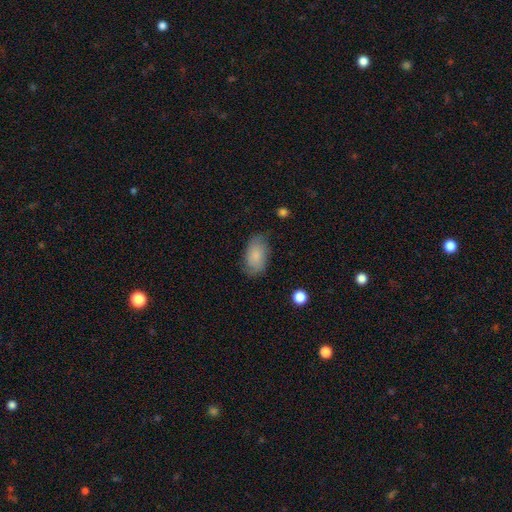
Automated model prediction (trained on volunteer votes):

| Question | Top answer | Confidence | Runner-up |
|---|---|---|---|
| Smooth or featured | smooth | 81% | featured or disk (12%) |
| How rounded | in between | 93% | round (5%) |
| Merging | none | 73% | minor disturbance (20%) |